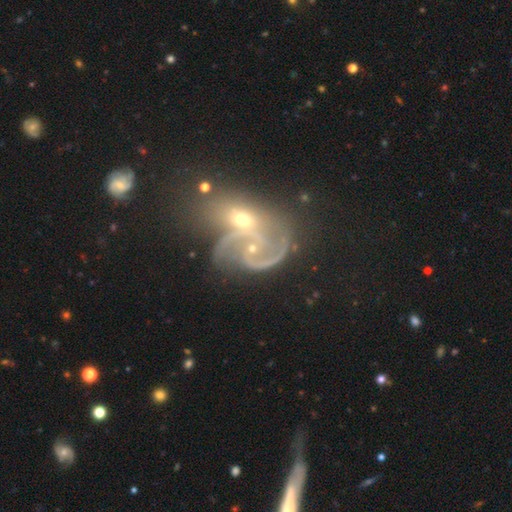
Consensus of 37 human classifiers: smooth_or_featured: featured or disk (p=0.89) [alt: smooth p=0.05]
disk_edge_on: no (p=0.97) [alt: yes p=0.03]
bar: no (p=0.62) [alt: weak p=0.31]
has_spiral_arms: yes (p=1.00)
spiral_winding: medium (p=0.62) [alt: loose p=0.28]
spiral_arm_count: 2 (p=1.00)
bulge_size: small (p=0.94) [alt: moderate p=0.03]
merging: none (p=0.69) [alt: merger p=0.20]